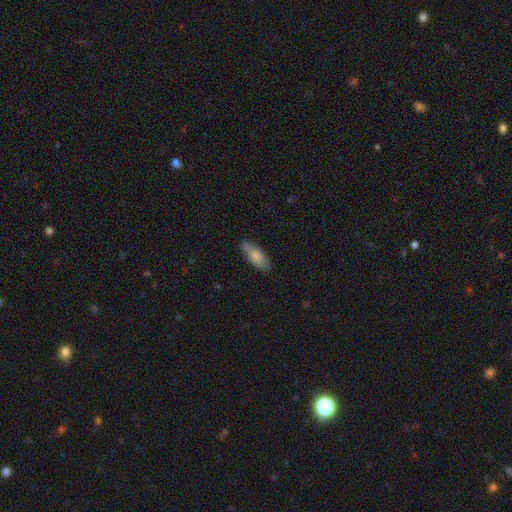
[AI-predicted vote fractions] smooth_or_featured: smooth (p=0.75) [alt: featured or disk p=0.19]
how_rounded: in between (p=0.80) [alt: cigar-shaped p=0.18]
merging: none (p=0.76) [alt: minor disturbance p=0.19]